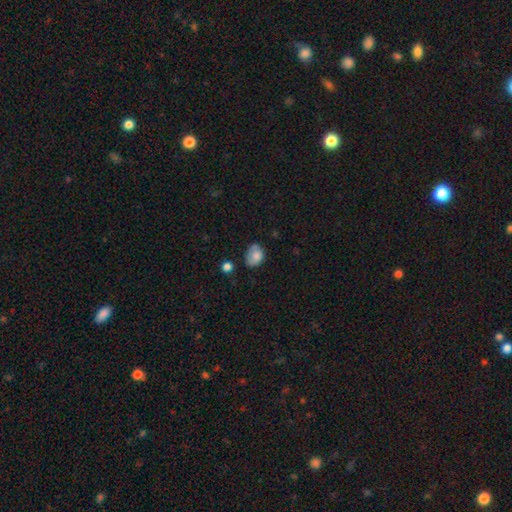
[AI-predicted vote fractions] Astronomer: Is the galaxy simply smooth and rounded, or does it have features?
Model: smooth — 76%.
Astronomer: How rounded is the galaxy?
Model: in between — 67%.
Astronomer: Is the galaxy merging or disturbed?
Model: none — 52% (runner-up: minor disturbance, 34%).